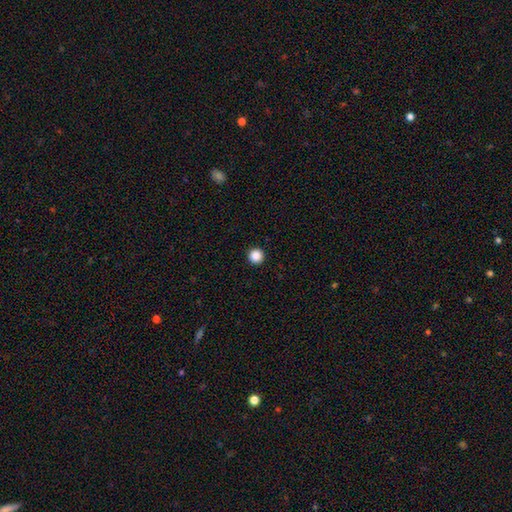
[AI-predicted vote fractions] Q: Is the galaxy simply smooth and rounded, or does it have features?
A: smooth — 88%.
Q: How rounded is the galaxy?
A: round — 97%.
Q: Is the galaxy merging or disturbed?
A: none — 94%.